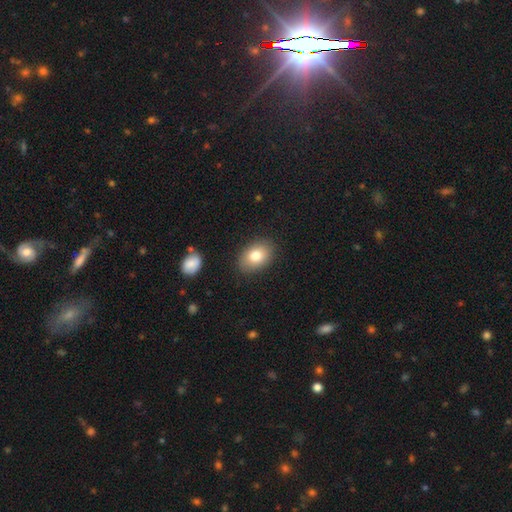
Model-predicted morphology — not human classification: This appears to be a smooth galaxy with no disk features (82%) that is in between round and cigar-shaped (82%). Merging: none (84%).